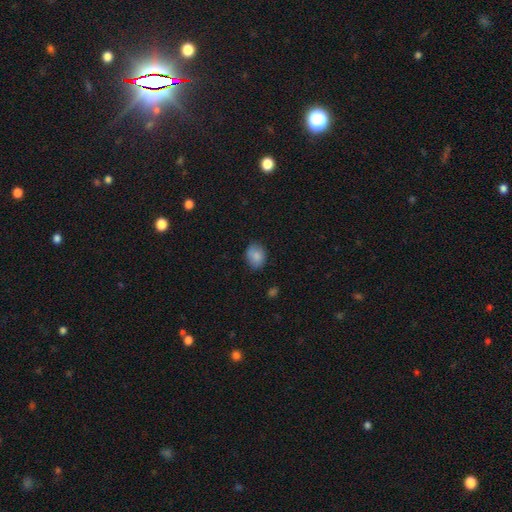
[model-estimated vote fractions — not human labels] A smooth galaxy with no disk features (86%) that is in between round and cigar-shaped (63%). Merging: none (80%).